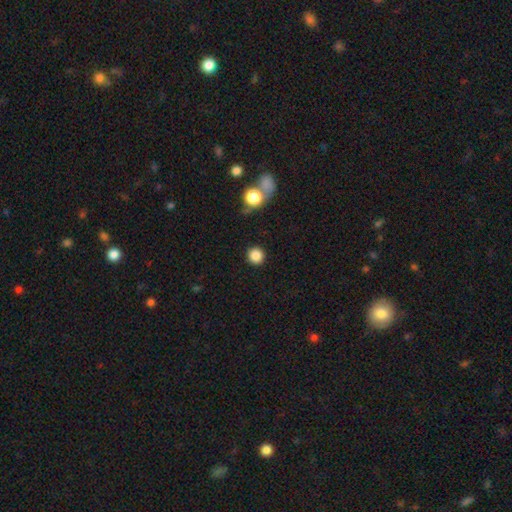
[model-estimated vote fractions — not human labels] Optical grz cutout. It shows a smooth galaxy with no disk features (86%) that is round (95%). Merging: none (90%).